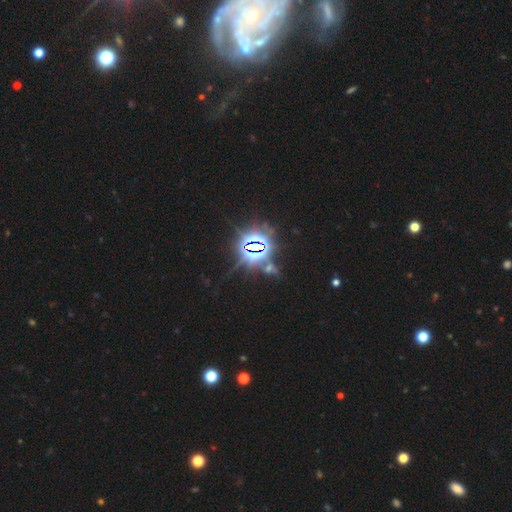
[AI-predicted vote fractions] Smooth or featured?
  - star or artifact: 85% *
  - smooth: 8%
  - featured or disk: 7%